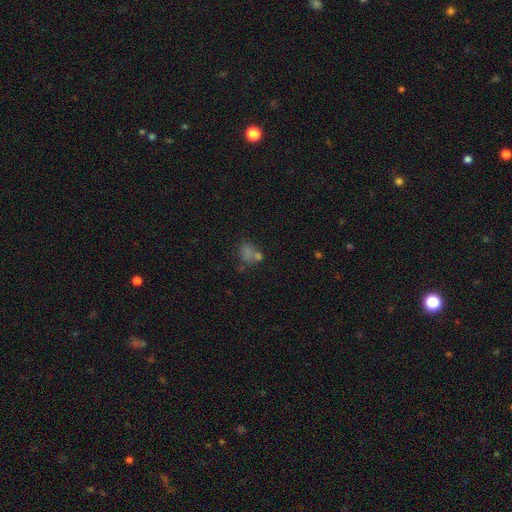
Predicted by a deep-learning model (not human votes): A smooth galaxy with no disk features (56%) that is in between round and cigar-shaped (55%). Merging: none (48%).